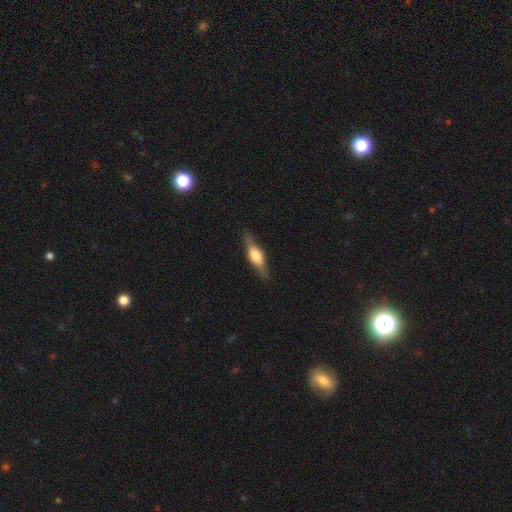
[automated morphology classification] Smooth or featured?
  - featured or disk: 53% *
  - smooth: 41%
  - star or artifact: 6%
Edge-on disk?
  - yes: 89% *
  - no: 11%
Merging?
  - none: 82% *
  - minor disturbance: 13%
  - major disturbance: 3%
  - merger: 1%